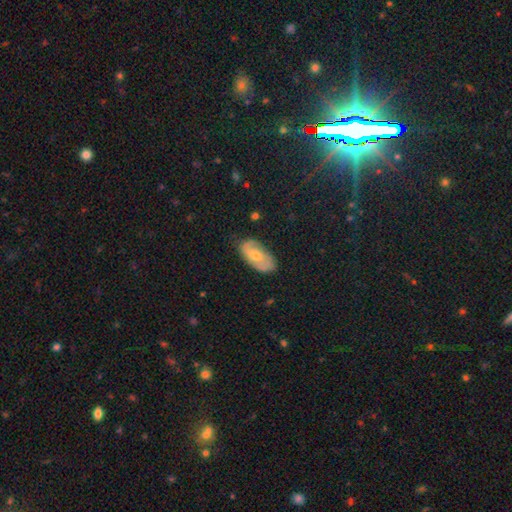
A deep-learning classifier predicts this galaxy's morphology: The model was most divided on "smooth or featured": smooth: 47%, featured or disk: 46%, star or artifact: 7%. More confident: merging — none (73%).